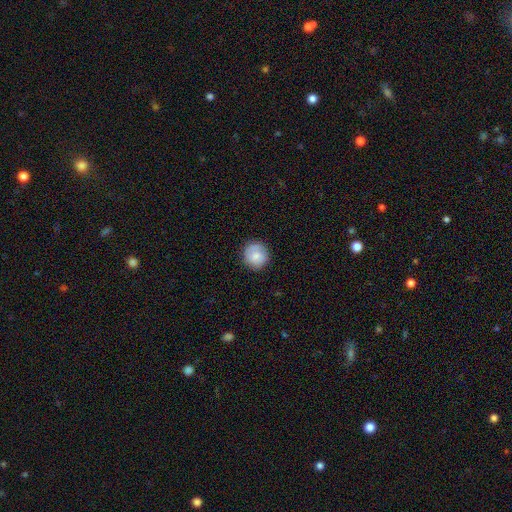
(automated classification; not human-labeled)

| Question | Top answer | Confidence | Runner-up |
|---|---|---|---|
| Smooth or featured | smooth | 72% | featured or disk (20%) |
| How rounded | round | 89% | in between (10%) |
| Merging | none | 81% | minor disturbance (14%) |